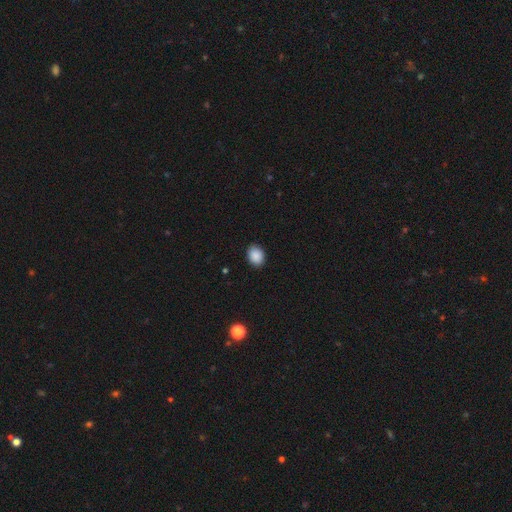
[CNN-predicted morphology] smooth-or-featured: smooth: 89% | star or artifact: 8% | featured or disk: 3%
  how-rounded: in between: 59% | round: 40% | cigar-shaped: 1%
  merging: none: 89% | minor disturbance: 8% | major disturbance: 2% | merger: 1%